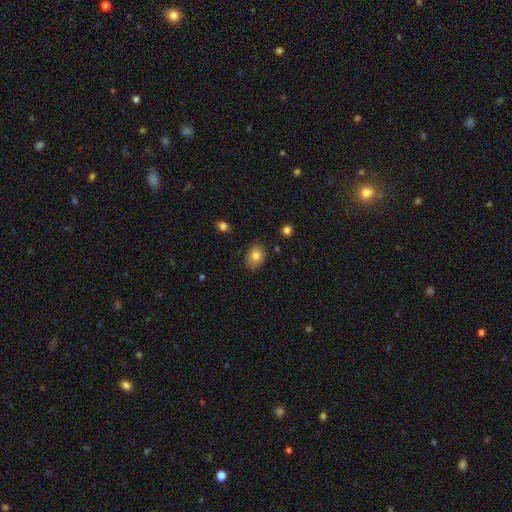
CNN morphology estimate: Overall: smooth (81%). How rounded: in between (69%; round 30%). Merging: none (84%).